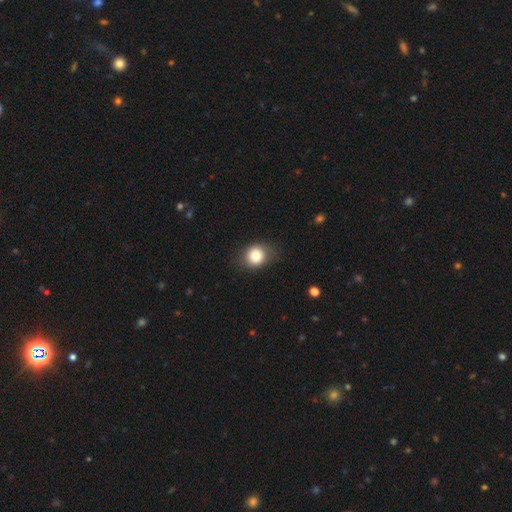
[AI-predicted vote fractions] The model was most divided on "how rounded": round: 66%, in between: 33%, cigar-shaped: 1%. More confident: smooth or featured — smooth (80%); merging — none (76%).